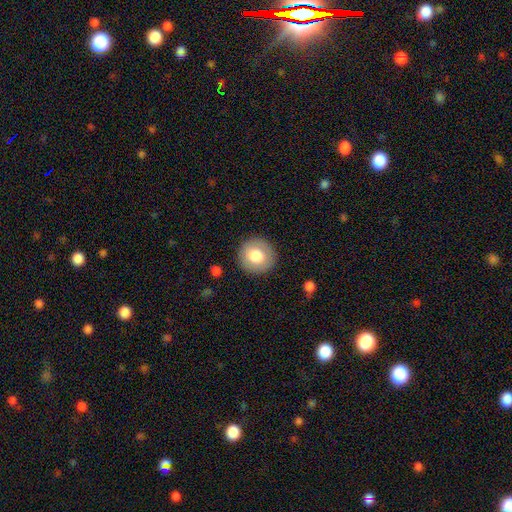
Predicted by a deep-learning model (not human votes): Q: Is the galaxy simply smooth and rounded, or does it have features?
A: smooth — 78%.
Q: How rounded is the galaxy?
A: round — 94%.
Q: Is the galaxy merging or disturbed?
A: none — 90%.